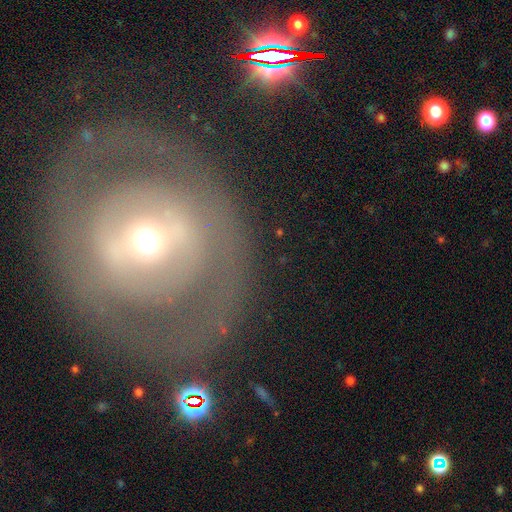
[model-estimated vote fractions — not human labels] Smooth or featured? Predicted: featured or disk (p=0.67). Edge-on disk? Predicted: no (p=0.94). Bar? Predicted: no (p=0.38). Spiral arms? Predicted: no (p=0.67). Bulge size? Predicted: moderate (p=0.56). Merging? Predicted: none (p=0.77).